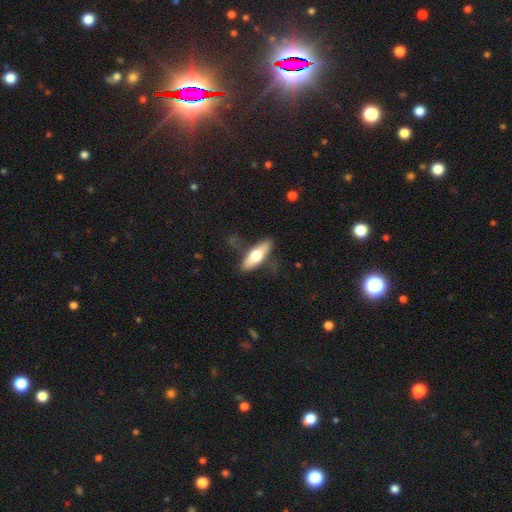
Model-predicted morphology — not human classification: Q: Smooth or featured?
A: smooth (58%); runner-up: featured or disk (36%)
Q: How rounded?
A: in between (50%); runner-up: cigar-shaped (48%)
Q: Merging?
A: none (75%); runner-up: minor disturbance (17%)